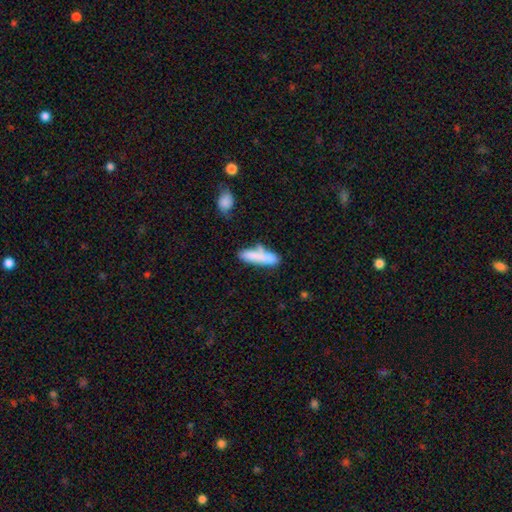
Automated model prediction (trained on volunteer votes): The model was most divided on "merging": merger: 46%, none: 31%, minor disturbance: 14%, major disturbance: 9%. More confident: smooth or featured — smooth (73%); how rounded — cigar-shaped (58%).